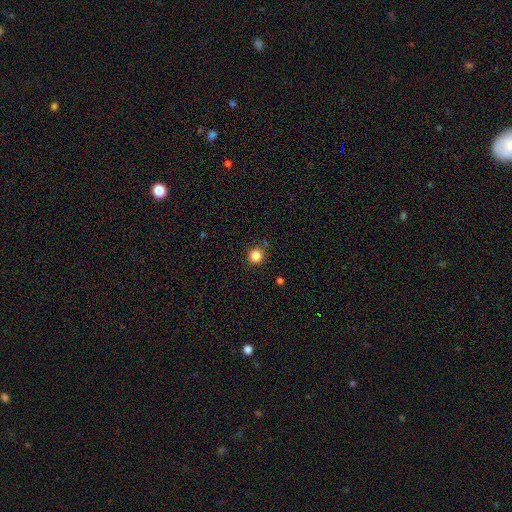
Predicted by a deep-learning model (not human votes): A smooth galaxy with no disk features (85%) that is round (93%).

Vote fractions:
- Smooth or featured? smooth: 85% / star or artifact: 11% / featured or disk: 4%
- How rounded? round: 93% / in between: 6% / cigar-shaped: 1%
- Merging? none: 87% / minor disturbance: 8% / merger: 3% / major disturbance: 2%